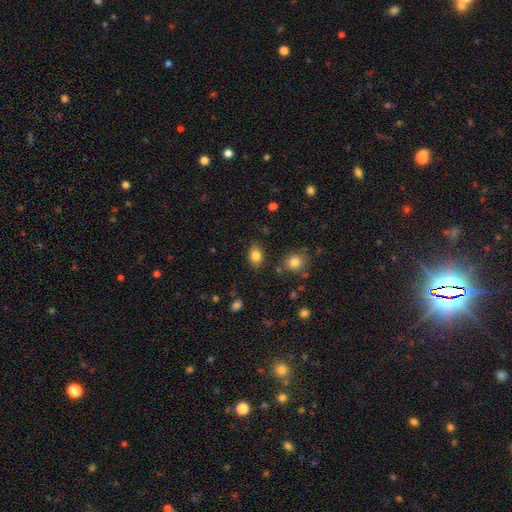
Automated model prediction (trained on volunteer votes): Overall: smooth (84%). How rounded: in between (69%; round 30%). Merging: none (84%).